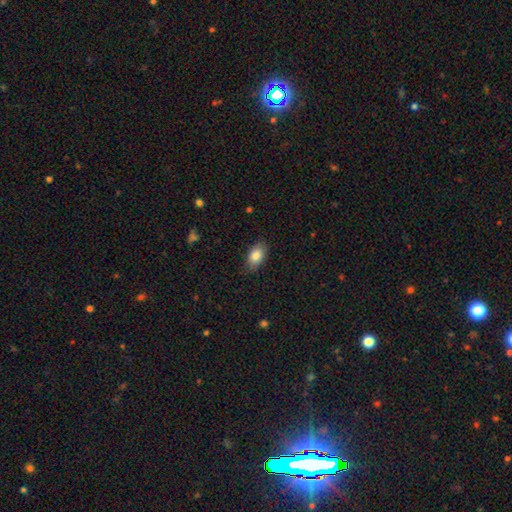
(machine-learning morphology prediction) smooth_or_featured: smooth (p=0.84) [alt: featured or disk p=0.08]
how_rounded: in between (p=0.90) [alt: round p=0.08]
merging: none (p=0.81) [alt: minor disturbance p=0.15]